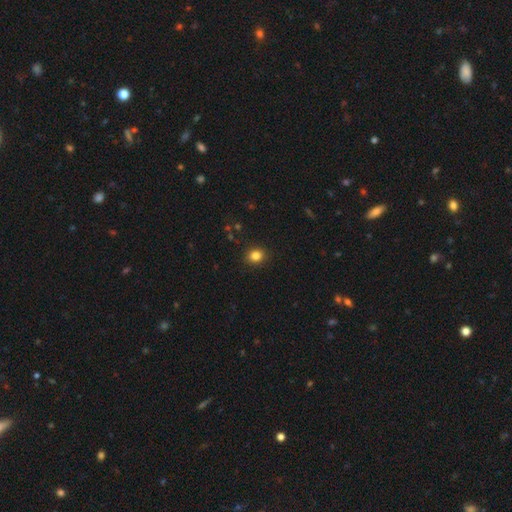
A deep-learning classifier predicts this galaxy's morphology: This appears to be a smooth galaxy with no disk features (84%) that is round (69%). Merging: none (90%).